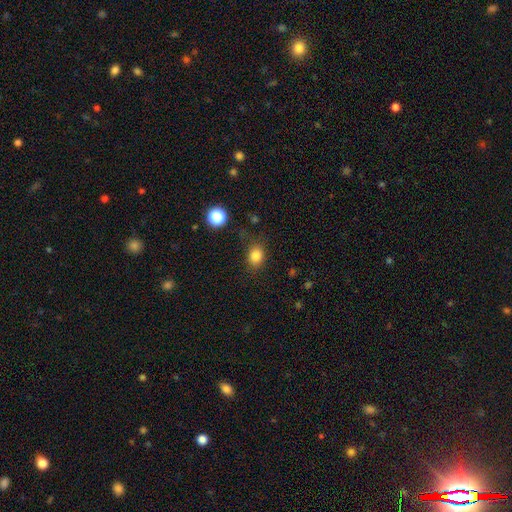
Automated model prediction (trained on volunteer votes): Q: Smooth or featured?
A: smooth (82%); runner-up: star or artifact (12%)
Q: How rounded?
A: round (52%); runner-up: in between (47%)
Q: Merging?
A: none (77%); runner-up: minor disturbance (15%)